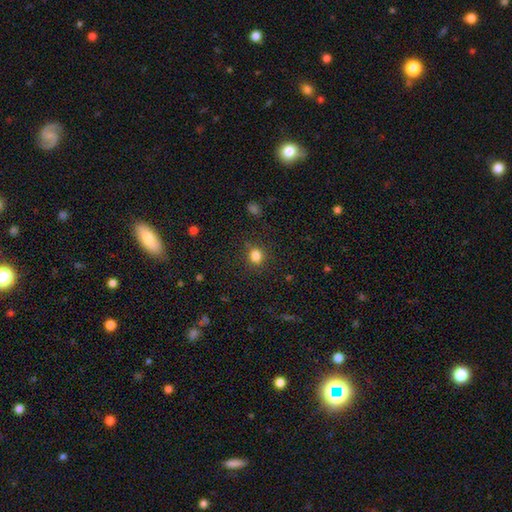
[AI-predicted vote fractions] smooth_or_featured: smooth (p=0.82) [alt: star or artifact p=0.13]
how_rounded: round (p=0.74) [alt: in between p=0.24]
merging: none (p=0.83) [alt: minor disturbance p=0.11]